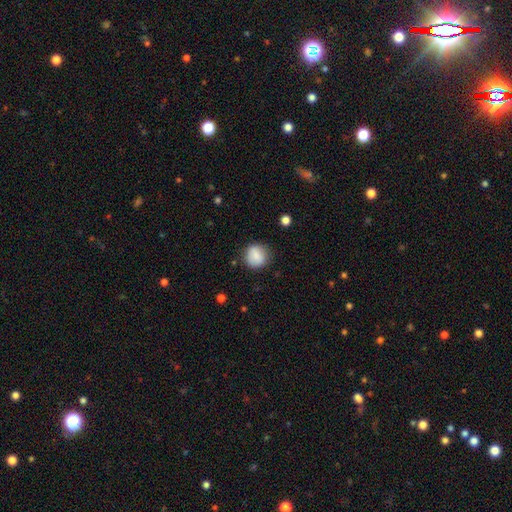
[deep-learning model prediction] A smooth galaxy with no disk features (84%) that is round (84%).

Vote fractions:
- Smooth or featured? smooth: 84% / featured or disk: 9% / star or artifact: 8%
- How rounded? round: 84% / in between: 15% / cigar-shaped: 1%
- Merging? none: 80% / minor disturbance: 14% / major disturbance: 4% / merger: 2%